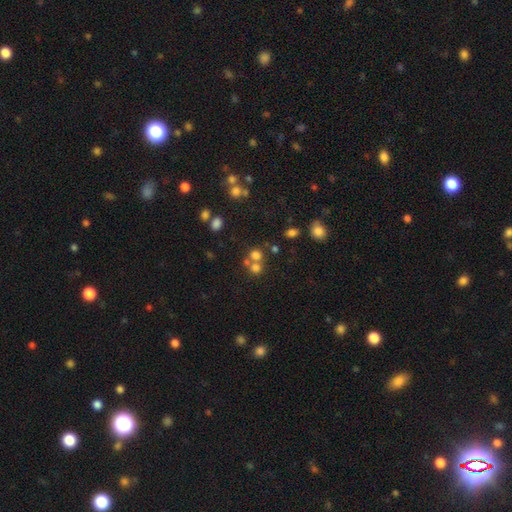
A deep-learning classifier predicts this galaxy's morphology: Overall: smooth (67%). How rounded: round (85%). Merging: none (50%; merger 39%).